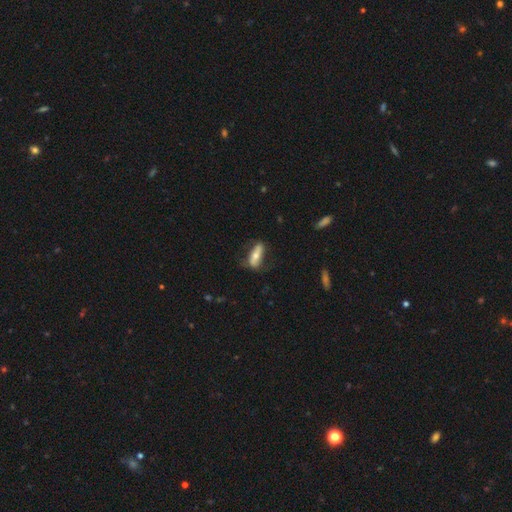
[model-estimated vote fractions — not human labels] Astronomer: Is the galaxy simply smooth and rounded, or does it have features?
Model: smooth — 57% (runner-up: featured or disk, 36%).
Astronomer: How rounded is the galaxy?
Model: in between — 59% (runner-up: cigar-shaped, 38%).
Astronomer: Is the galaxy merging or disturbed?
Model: none — 63%.